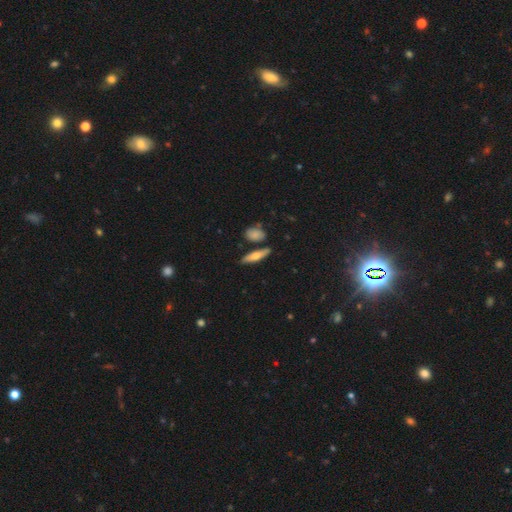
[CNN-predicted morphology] type=smooth (60%); roundness=cigar-shaped (63%); merging=none (78%).